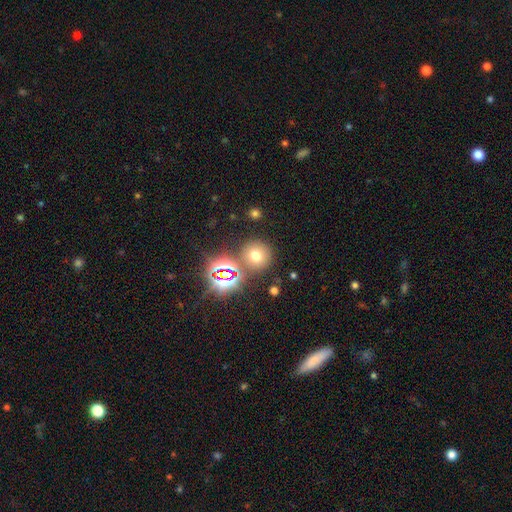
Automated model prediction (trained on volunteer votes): Smooth or featured? smooth (64%)
How rounded? round (92%)
Merging? none (76%)